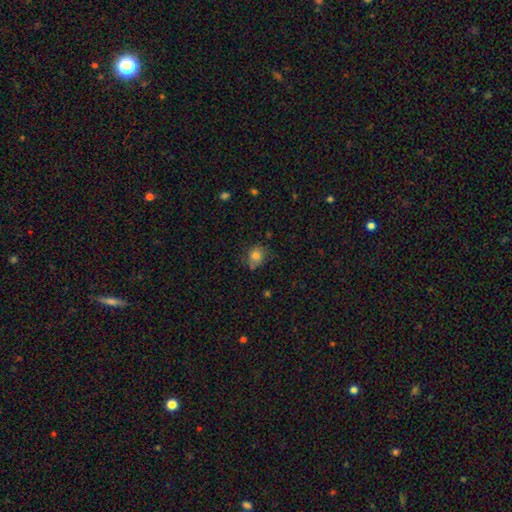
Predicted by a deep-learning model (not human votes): Morphology: type=smooth (78%); roundness=round (64%); merging=none (63%).